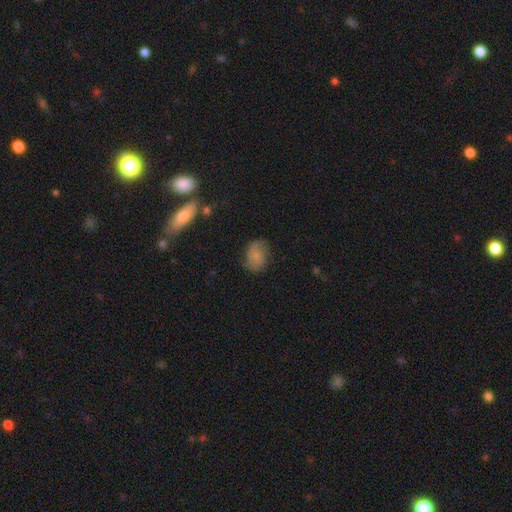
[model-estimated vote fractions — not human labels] Overall: smooth (55%; featured or disk 36%). How rounded: in between (72%). Merging: none (65%; minor disturbance 25%).